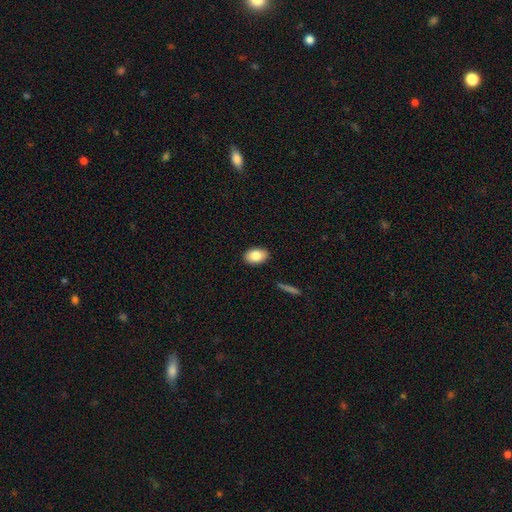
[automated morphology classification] Smooth or featured?
  - smooth: 83% *
  - featured or disk: 10%
  - star or artifact: 7%
How rounded?
  - in between: 89% *
  - round: 9%
  - cigar-shaped: 1%
Merging?
  - none: 89% *
  - minor disturbance: 8%
  - major disturbance: 2%
  - merger: 1%